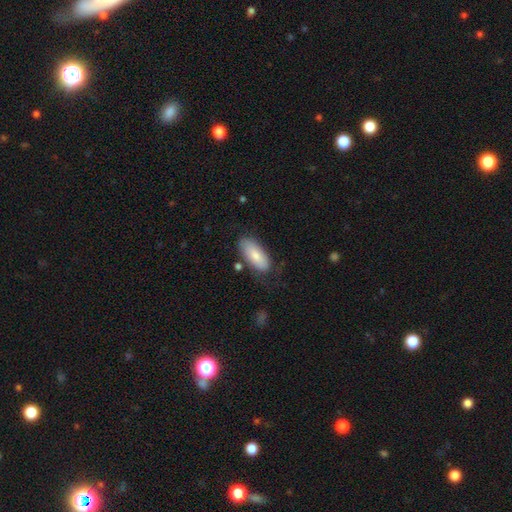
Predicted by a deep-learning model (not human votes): smooth 80%, featured or disk 15%, star or artifact 6%. Down the decision tree: how rounded — in between (86%); merging — none (72%).